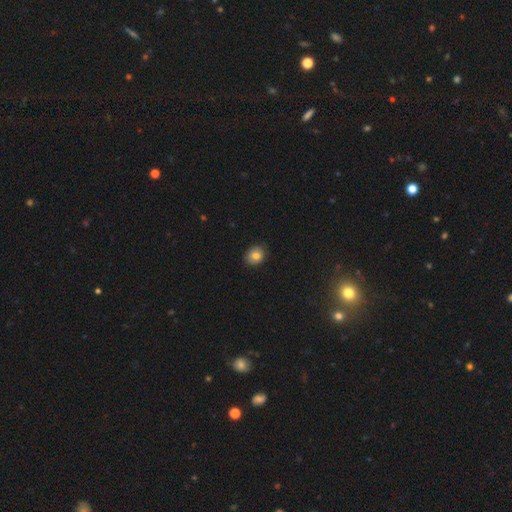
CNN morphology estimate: smooth_or_featured: smooth (p=0.82) [alt: star or artifact p=0.10]
how_rounded: round (p=0.61) [alt: in between p=0.39]
merging: none (p=0.84) [alt: minor disturbance p=0.13]